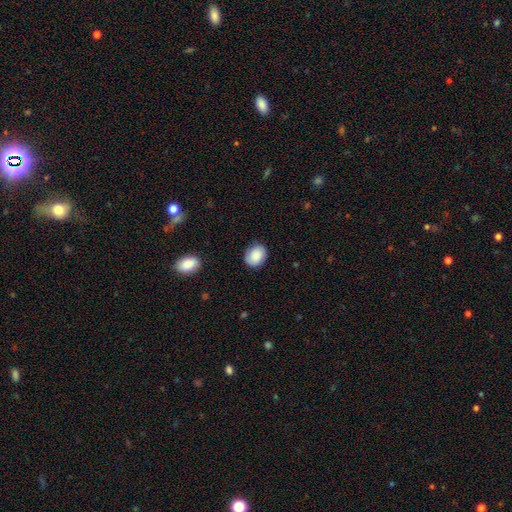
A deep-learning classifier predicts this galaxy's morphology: Q: Smooth or featured?
A: smooth (84%); runner-up: featured or disk (8%)
Q: How rounded?
A: round (51%); runner-up: in between (48%)
Q: Merging?
A: none (83%); runner-up: minor disturbance (13%)